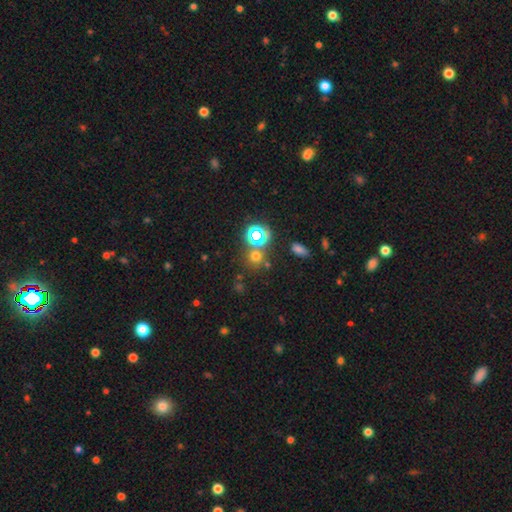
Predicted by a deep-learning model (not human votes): Morphology: type=smooth (60%); roundness=round (87%); merging=none (73%).